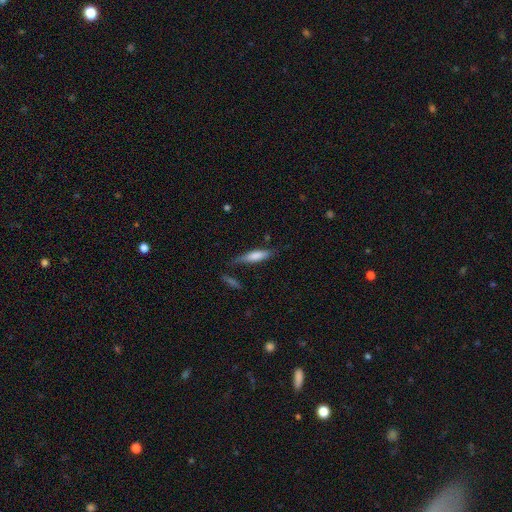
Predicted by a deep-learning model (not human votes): A smooth galaxy with no disk features (69%) that is cigar-shaped (65%). Merging: none (59%).